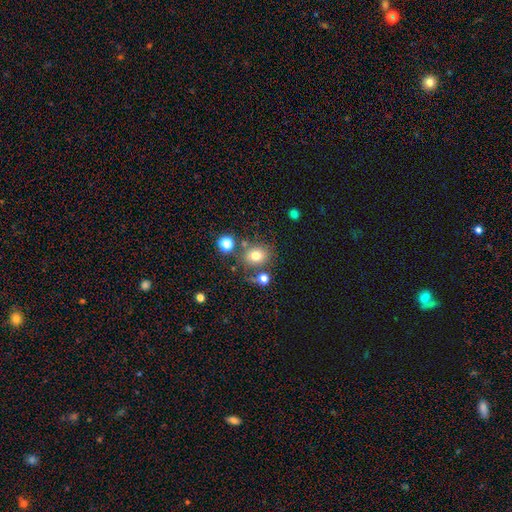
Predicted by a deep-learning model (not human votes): smooth-or-featured: smooth: 74% | star or artifact: 15% | featured or disk: 11%
  how-rounded: round: 64% | in between: 35% | cigar-shaped: 1%
  merging: none: 68% | merger: 13% | minor disturbance: 13% | major disturbance: 6%